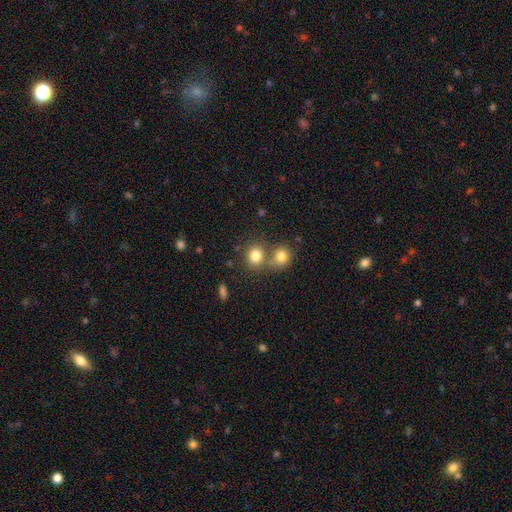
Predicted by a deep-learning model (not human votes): A smooth galaxy with no disk features (80%) that is round (76%).

Vote fractions:
- Smooth or featured? smooth: 80% / star or artifact: 12% / featured or disk: 8%
- How rounded? round: 76% / in between: 23% / cigar-shaped: 1%
- Merging? none: 50% / merger: 38% / minor disturbance: 8% / major disturbance: 4%